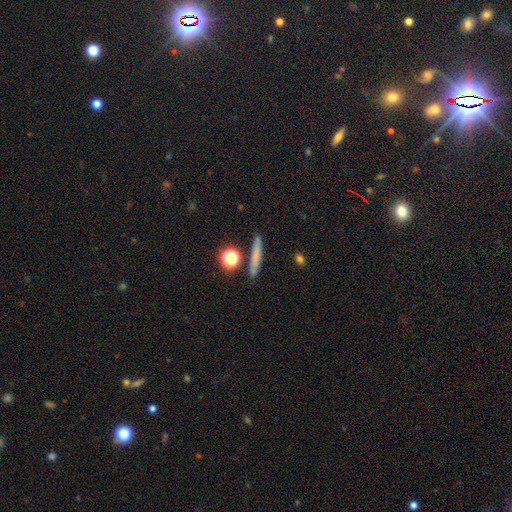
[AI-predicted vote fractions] smooth_or_featured: smooth (p=0.66) [alt: featured or disk p=0.23]
how_rounded: cigar-shaped (p=0.82) [alt: round p=0.11]
merging: none (p=0.84) [alt: minor disturbance p=0.09]